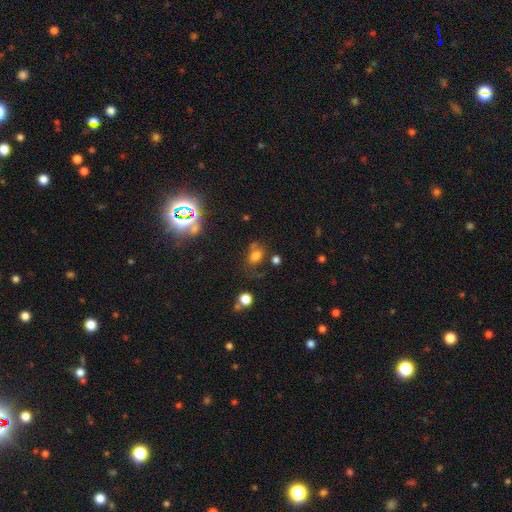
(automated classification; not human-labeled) smooth 66%, star or artifact 20%, featured or disk 14%. Down the decision tree: how rounded — in between (64%); merging — none (52%).